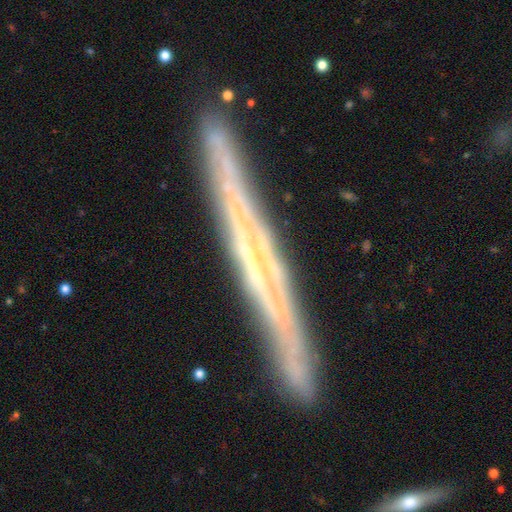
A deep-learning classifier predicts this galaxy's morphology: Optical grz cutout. It shows a featured or disk galaxy (77%) viewed edge-on (95%) with no central bulge (70%). Merging: none (87%).